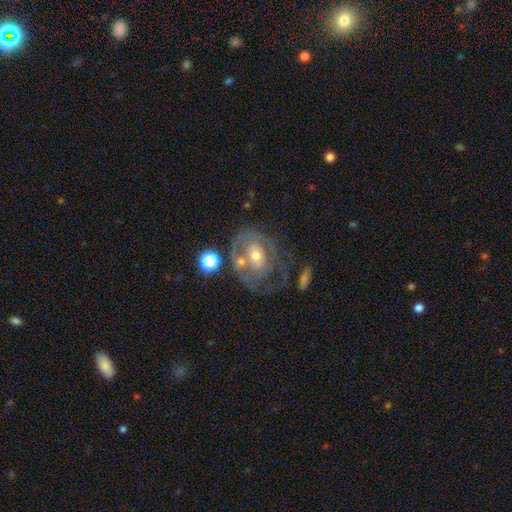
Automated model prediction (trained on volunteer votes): This is likely a featured or disk galaxy (69%). It is clearly not viewed edge-on (96%). Bar: likely no (79%). Spiral arm pattern: possibly no (50%, tied with yes). Central bulge: possibly moderate (55%). Merging: marginally none (41%).